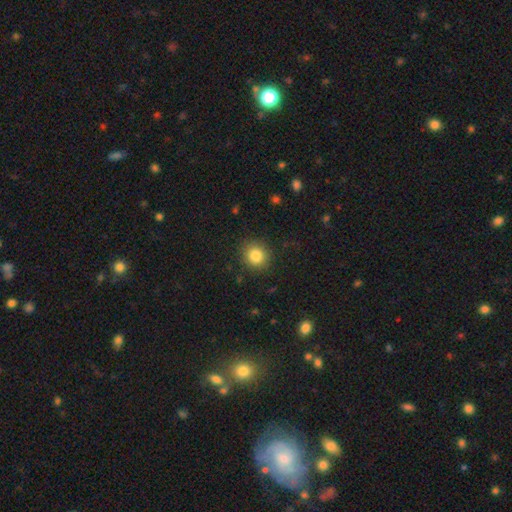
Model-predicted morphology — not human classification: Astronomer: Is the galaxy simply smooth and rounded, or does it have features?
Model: smooth — 84%.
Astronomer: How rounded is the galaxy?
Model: round — 85%.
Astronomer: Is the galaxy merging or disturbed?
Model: none — 89%.